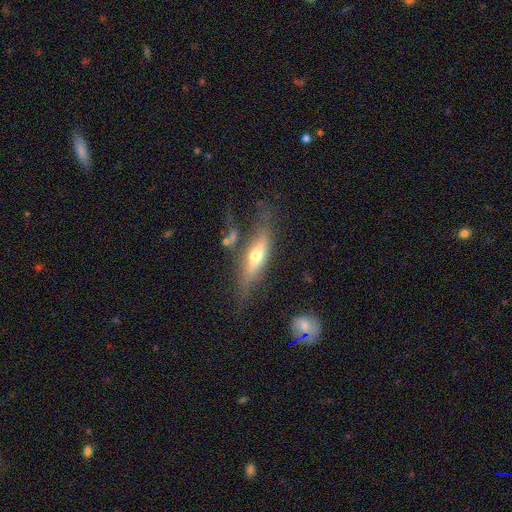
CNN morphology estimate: smooth-or-featured: featured or disk: 52% | smooth: 41% | star or artifact: 8%
  disk-edge-on: yes: 78% | no: 22%
  merging: none: 62% | minor disturbance: 21% | major disturbance: 13% | merger: 5%